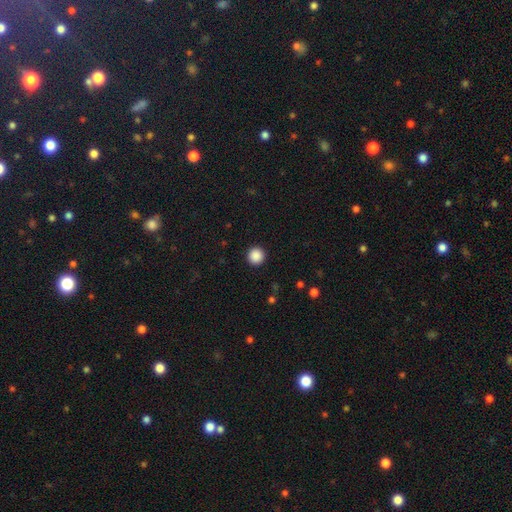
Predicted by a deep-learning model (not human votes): Smooth or featured? Predicted: smooth (p=0.88). How rounded? Predicted: round (p=0.96). Merging? Predicted: none (p=0.93).